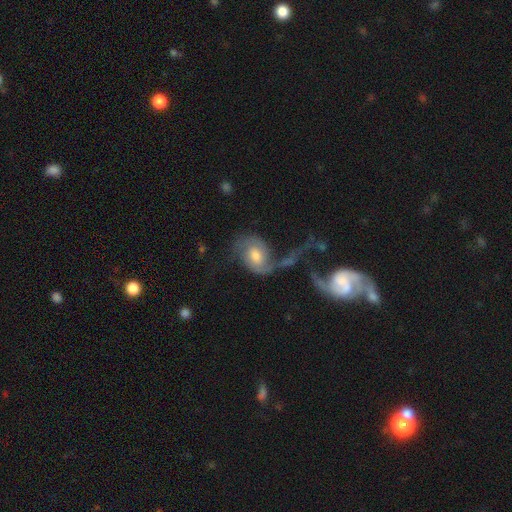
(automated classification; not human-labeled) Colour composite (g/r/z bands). It shows a featured or disk galaxy (75%) with no bar (56%), 2 (82%) loose (46%) spiral arms (91%) and a moderate central bulge (63%). Merging: none (32%).